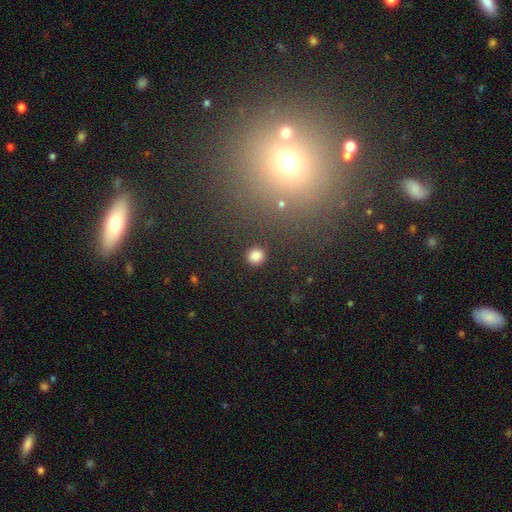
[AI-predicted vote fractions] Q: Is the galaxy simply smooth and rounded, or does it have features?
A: smooth — 84%.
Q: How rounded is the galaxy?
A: round — 91%.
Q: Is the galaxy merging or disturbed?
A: none — 90%.